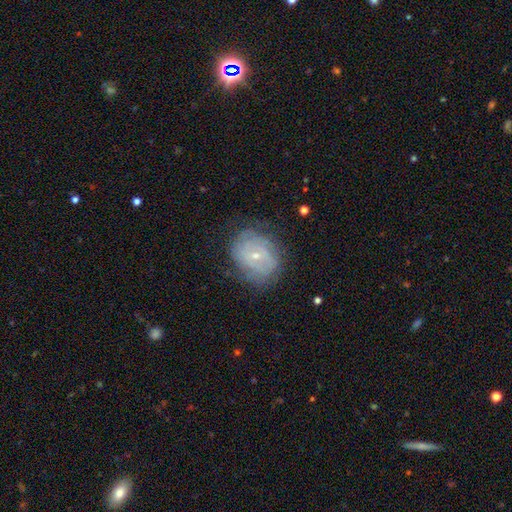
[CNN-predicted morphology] smooth_or_featured: featured or disk (p=0.66) [alt: smooth p=0.25]
disk_edge_on: no (p=0.97) [alt: yes p=0.03]
bar: no (p=0.59) [alt: weak p=0.34]
has_spiral_arms: yes (p=0.77) [alt: no p=0.23]
bulge_size: small (p=0.73) [alt: moderate p=0.23]
merging: none (p=0.71) [alt: minor disturbance p=0.20]